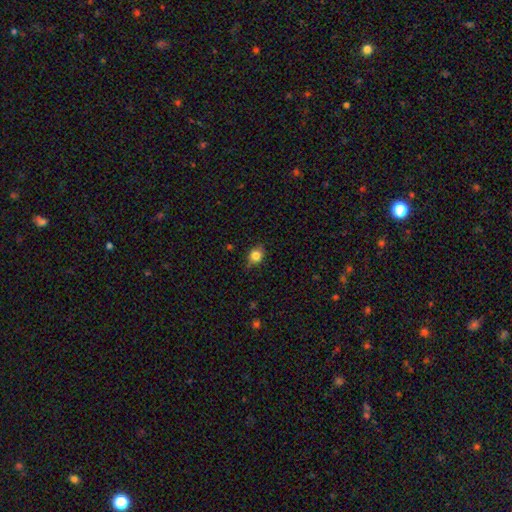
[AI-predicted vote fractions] Q: Smooth or featured?
A: smooth (83%); runner-up: star or artifact (10%)
Q: How rounded?
A: round (63%); runner-up: in between (36%)
Q: Merging?
A: none (80%); runner-up: minor disturbance (16%)